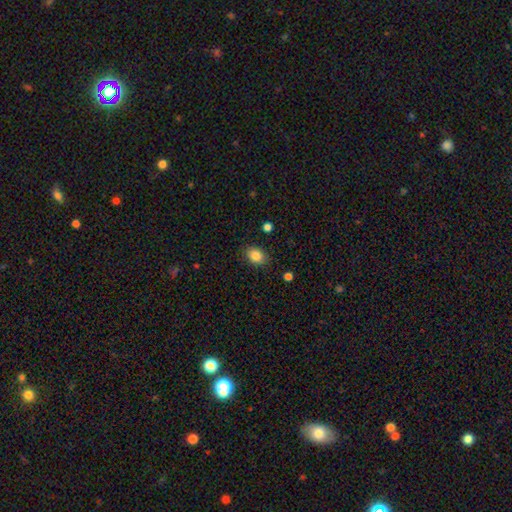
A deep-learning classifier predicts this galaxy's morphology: This appears to be a smooth galaxy with no disk features (85%) that is in between round and cigar-shaped (74%). Merging: none (86%).